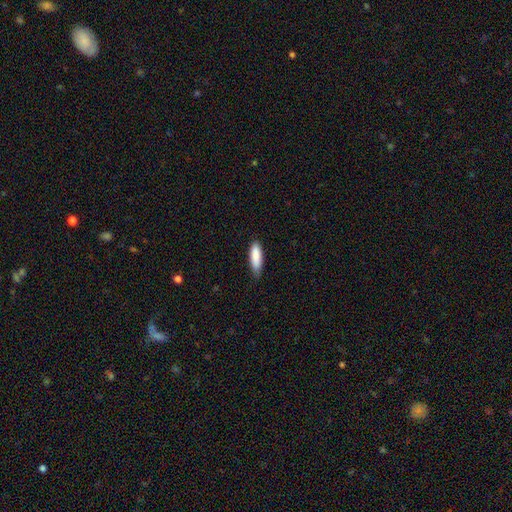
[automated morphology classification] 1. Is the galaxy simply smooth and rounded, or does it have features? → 87% smooth, 7% featured or disk, 6% star or artifact.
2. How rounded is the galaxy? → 53% in between, 45% cigar-shaped, 2% round.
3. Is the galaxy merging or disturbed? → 75% none, 21% minor disturbance, 3% major disturbance, 1% merger.